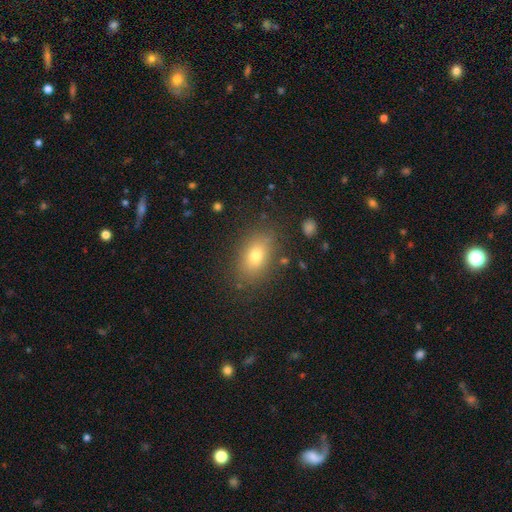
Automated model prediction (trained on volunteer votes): Smooth or featured?
  - smooth: 74% *
  - featured or disk: 14%
  - star or artifact: 12%
How rounded?
  - in between: 82% *
  - round: 15%
  - cigar-shaped: 3%
Merging?
  - none: 83% *
  - minor disturbance: 11%
  - major disturbance: 4%
  - merger: 2%